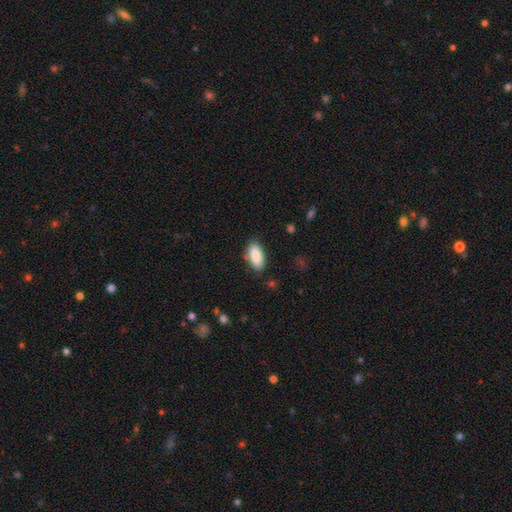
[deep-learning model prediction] Q: Smooth or featured?
A: smooth (87%); runner-up: featured or disk (7%)
Q: How rounded?
A: in between (90%); runner-up: cigar-shaped (8%)
Q: Merging?
A: none (82%); runner-up: minor disturbance (13%)